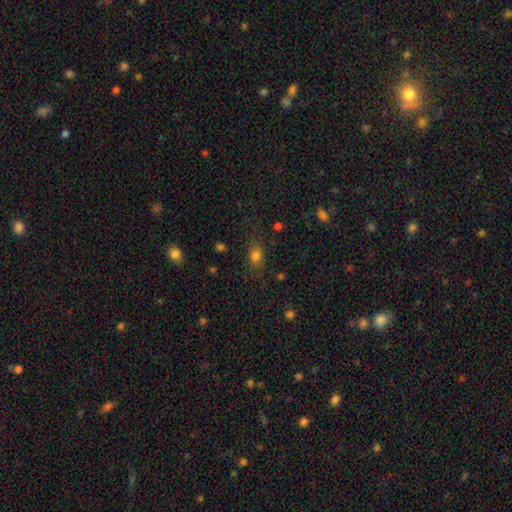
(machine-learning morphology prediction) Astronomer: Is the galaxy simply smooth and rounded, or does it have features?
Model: smooth — 76%.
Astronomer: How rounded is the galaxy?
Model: in between — 63%.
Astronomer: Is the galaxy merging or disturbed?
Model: none — 73%.